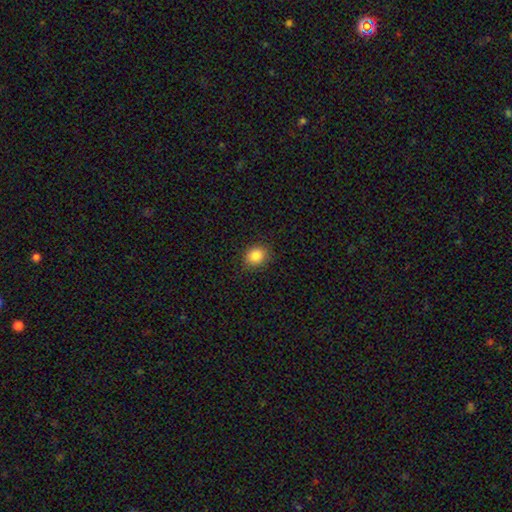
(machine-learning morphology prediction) Q: Smooth or featured?
A: smooth (85%); runner-up: star or artifact (10%)
Q: How rounded?
A: round (66%); runner-up: in between (33%)
Q: Merging?
A: none (88%); runner-up: minor disturbance (9%)